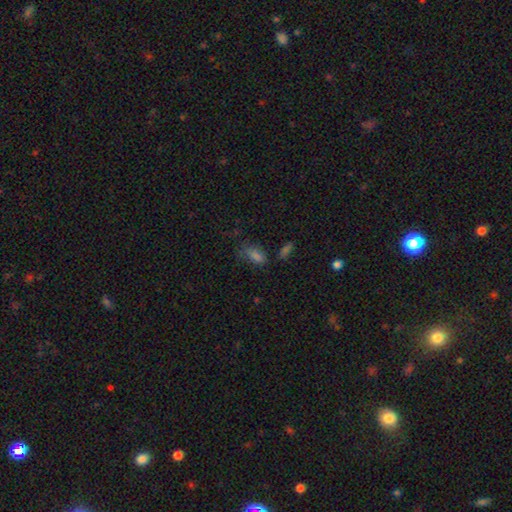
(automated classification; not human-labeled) smooth_or_featured: smooth (p=0.70) [alt: star or artifact p=0.20]
how_rounded: in between (p=0.81) [alt: cigar-shaped p=0.12]
merging: none (p=0.53) [alt: minor disturbance p=0.25]